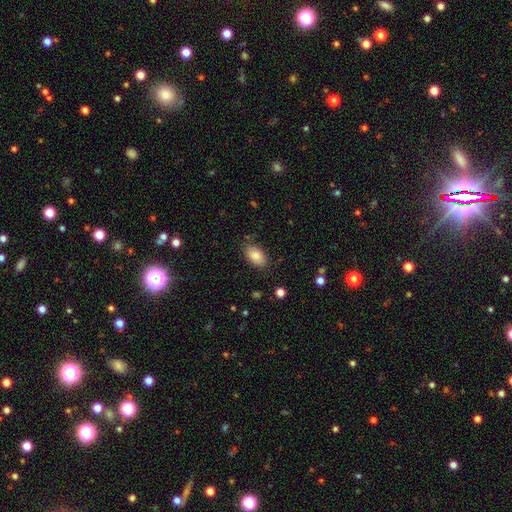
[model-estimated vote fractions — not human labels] The model was most divided on "merging": none: 83%, minor disturbance: 12%, major disturbance: 3%, merger: 2%. More confident: how rounded — in between (93%); smooth or featured — smooth (84%).